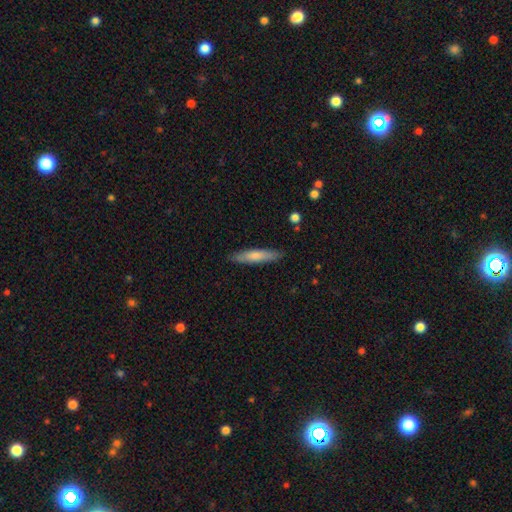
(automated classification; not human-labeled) smooth-or-featured: smooth: 71% | featured or disk: 24% | star or artifact: 5%
  how-rounded: cigar-shaped: 86% | in between: 13% | round: 1%
  merging: none: 87% | minor disturbance: 9% | major disturbance: 2% | merger: 1%